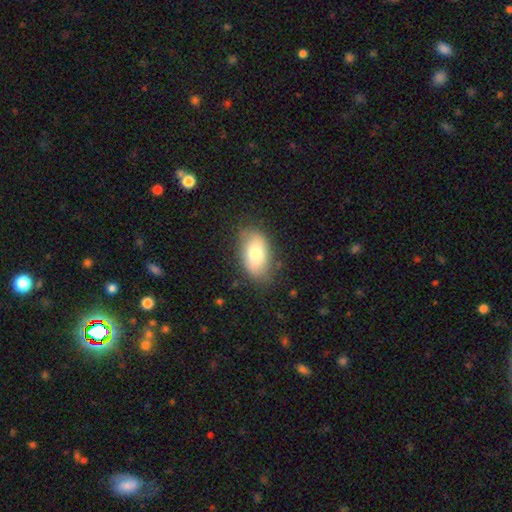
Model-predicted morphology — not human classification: A smooth galaxy with no disk features (77%) that is in between round and cigar-shaped (92%). Merging: none (77%).